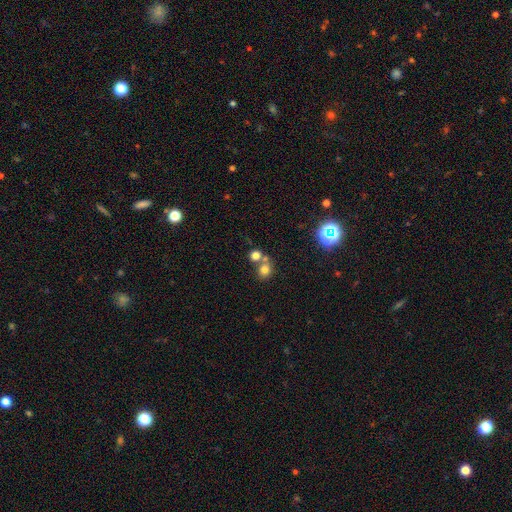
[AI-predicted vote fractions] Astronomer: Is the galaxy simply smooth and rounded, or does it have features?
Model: smooth — 74%.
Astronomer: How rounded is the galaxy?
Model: round — 78%.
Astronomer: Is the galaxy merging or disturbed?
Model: merger — 45%, tied with none at 45%.